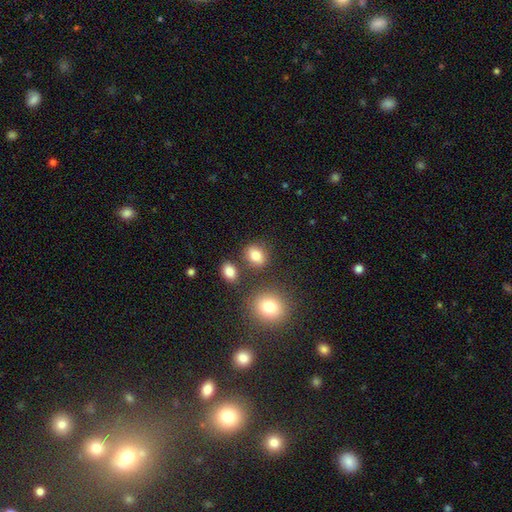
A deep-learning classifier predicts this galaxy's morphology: smooth 82%, star or artifact 11%, featured or disk 7%. Down the decision tree: how rounded — in between (55%); merging — none (73%).